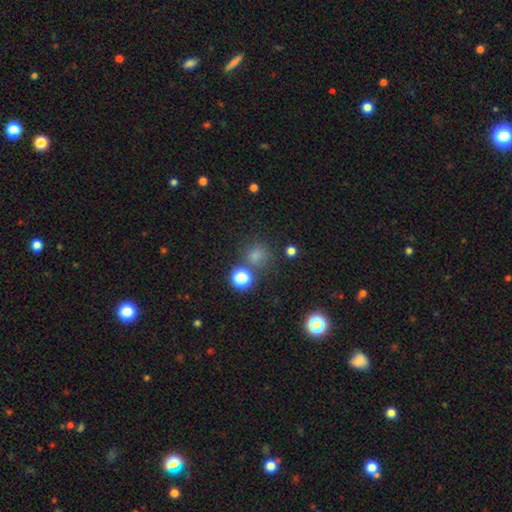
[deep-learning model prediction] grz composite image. It shows a smooth galaxy with no disk features (69%) that is round (87%). Merging: none (74%).